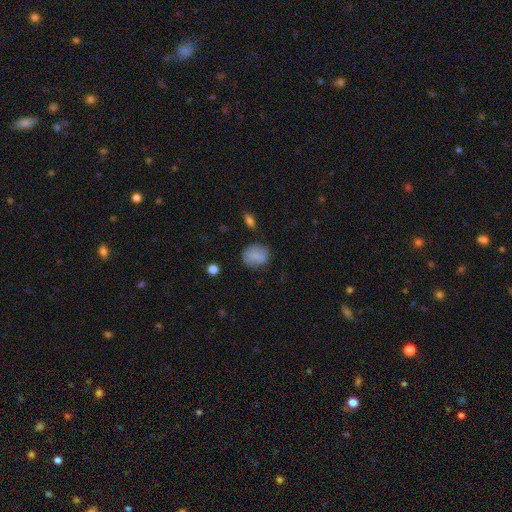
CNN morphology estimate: A smooth galaxy with no disk features (79%) that is round (64%).

Vote fractions:
- Smooth or featured? smooth: 79% / featured or disk: 12% / star or artifact: 9%
- How rounded? round: 64% / in between: 35% / cigar-shaped: 1%
- Merging? none: 73% / minor disturbance: 19% / major disturbance: 6% / merger: 3%